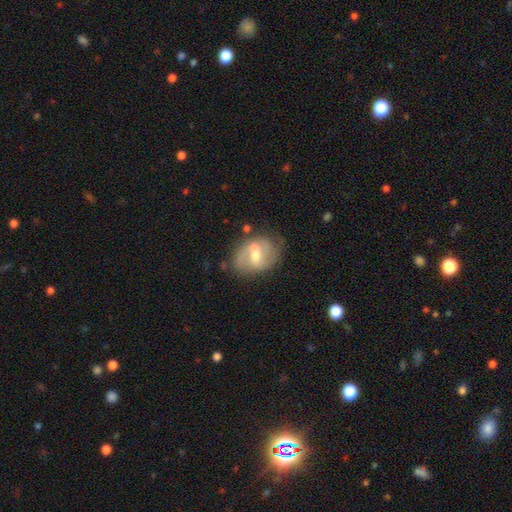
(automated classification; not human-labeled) The model was most divided on "spiral winding": medium: 45%, loose: 36%, tight: 19%. More confident: edge-on disk — no (97%); spiral arm count — 2 (78%); spiral arms — yes (76%); smooth or featured — featured or disk (71%); merging — none (57%); bulge size — moderate (57%); bar — weak (51%).